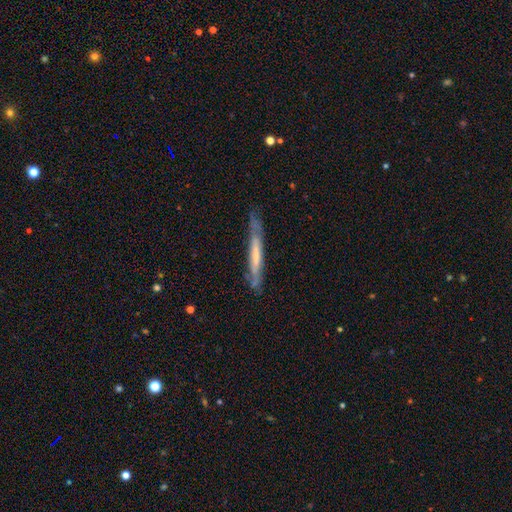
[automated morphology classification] A featured or disk galaxy (53%) viewed edge-on (82%).

Vote fractions:
- Smooth or featured? featured or disk: 53% / smooth: 41% / star or artifact: 6%
- Edge-on disk? yes: 82% / no: 18%
- Merging? none: 69% / minor disturbance: 23% / major disturbance: 6% / merger: 2%